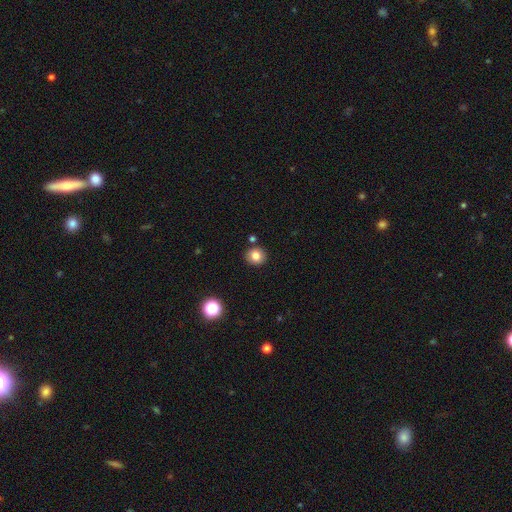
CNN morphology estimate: A smooth galaxy with no disk features (81%) that is round (86%). Merging: none (87%).